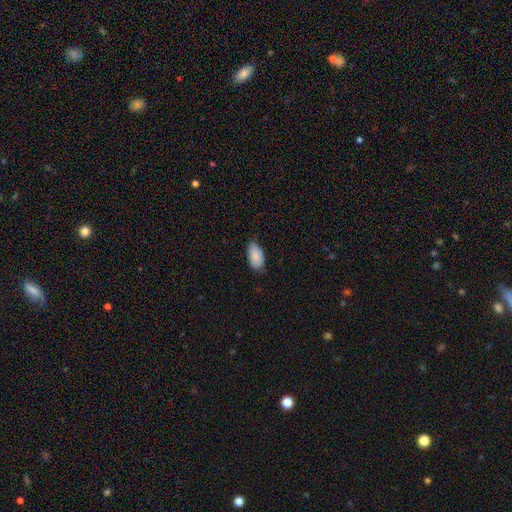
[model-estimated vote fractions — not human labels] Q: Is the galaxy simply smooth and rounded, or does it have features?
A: smooth — 87%.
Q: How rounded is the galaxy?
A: in between — 94%.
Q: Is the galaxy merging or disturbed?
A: none — 74%.